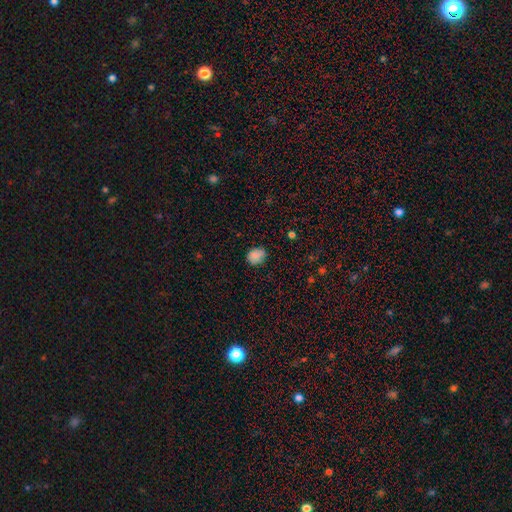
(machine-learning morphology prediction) A smooth galaxy with no disk features (82%) that is round (65%).

Vote fractions:
- Smooth or featured? smooth: 82% / star or artifact: 10% / featured or disk: 7%
- How rounded? round: 65% / in between: 34% / cigar-shaped: 1%
- Merging? none: 72% / minor disturbance: 22% / major disturbance: 4% / merger: 2%